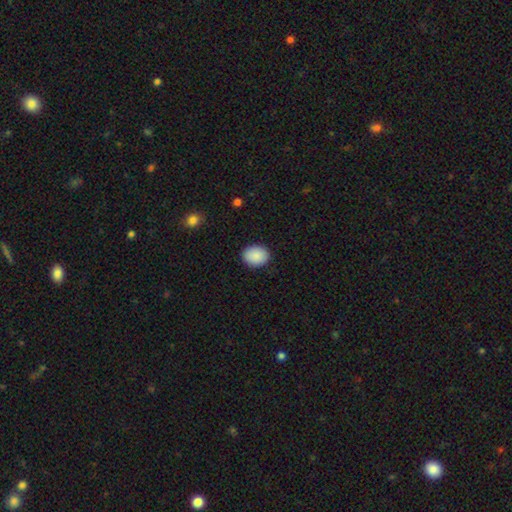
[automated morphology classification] Smooth or featured: smooth — 90% (star or artifact — 7%)
How rounded: in between — 58% (round — 41%)
Merging: none — 90% (minor disturbance — 7%)